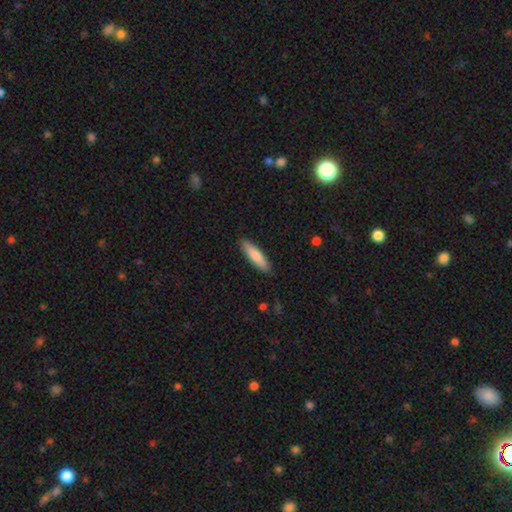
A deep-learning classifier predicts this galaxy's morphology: A smooth galaxy with no disk features (80%) that is cigar-shaped (73%).

Vote fractions:
- Smooth or featured? smooth: 80% / featured or disk: 14% / star or artifact: 5%
- How rounded? cigar-shaped: 73% / in between: 26% / round: 1%
- Merging? none: 89% / minor disturbance: 9% / major disturbance: 2% / merger: 1%